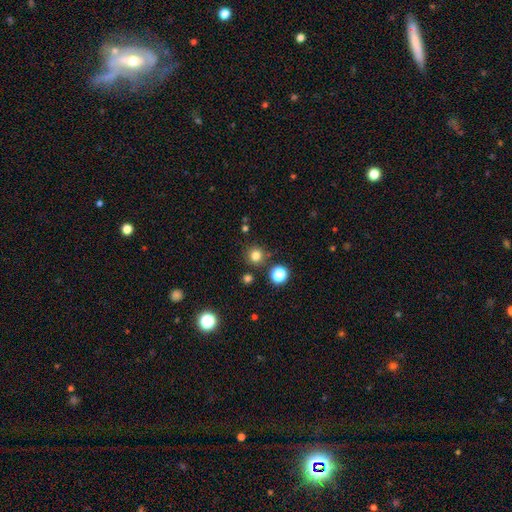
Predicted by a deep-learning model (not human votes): The model was most divided on "smooth or featured": smooth: 79%, star or artifact: 16%, featured or disk: 5%. More confident: how rounded — round (94%); merging — none (84%).